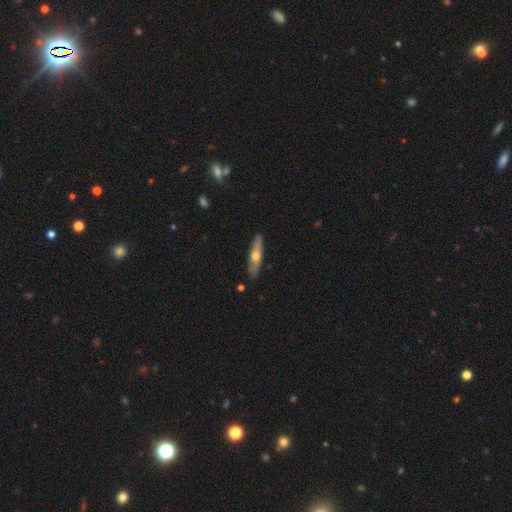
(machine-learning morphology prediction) This is possibly a smooth galaxy (48%). Merging: clearly none (87%).